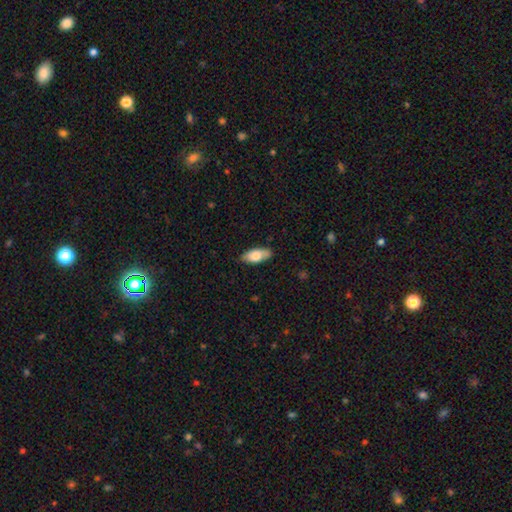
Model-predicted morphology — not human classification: The model was most divided on "smooth or featured": smooth: 75%, featured or disk: 19%, star or artifact: 6%. More confident: how rounded — in between (86%); merging — none (83%).